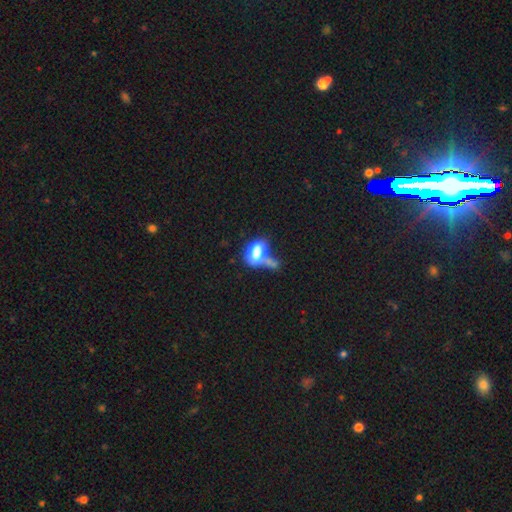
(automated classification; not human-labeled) A smooth galaxy with no disk features (72%) that is in between round and cigar-shaped (84%). Merging: merger (46%).